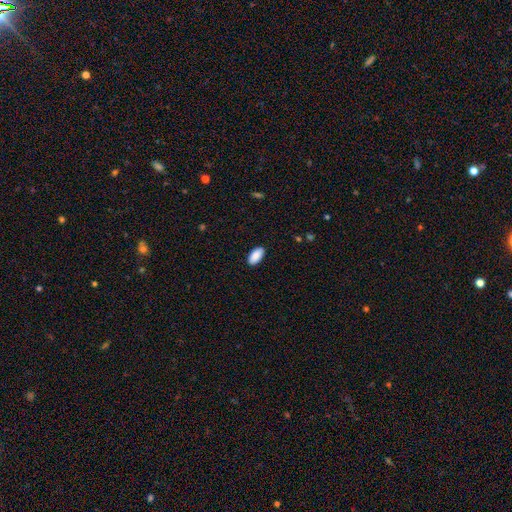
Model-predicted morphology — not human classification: Smooth or featured?
  - smooth: 90% *
  - star or artifact: 6%
  - featured or disk: 4%
How rounded?
  - in between: 95% *
  - cigar-shaped: 3%
  - round: 2%
Merging?
  - none: 88% *
  - minor disturbance: 9%
  - major disturbance: 2%
  - merger: 1%